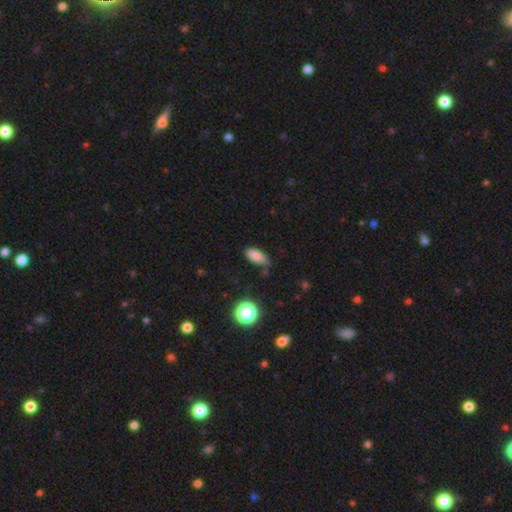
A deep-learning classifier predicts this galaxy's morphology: Smooth or featured? smooth (83%)
How rounded? in between (85%)
Merging? none (63%)